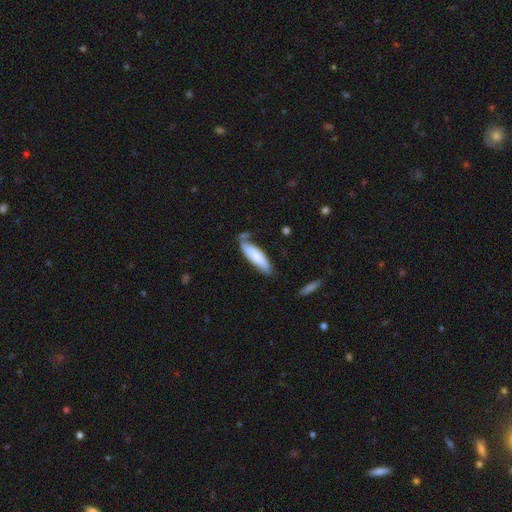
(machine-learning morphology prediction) Overall: smooth (77%). How rounded: cigar-shaped (55%; in between 44%). Merging: none (57%; minor disturbance 27%).